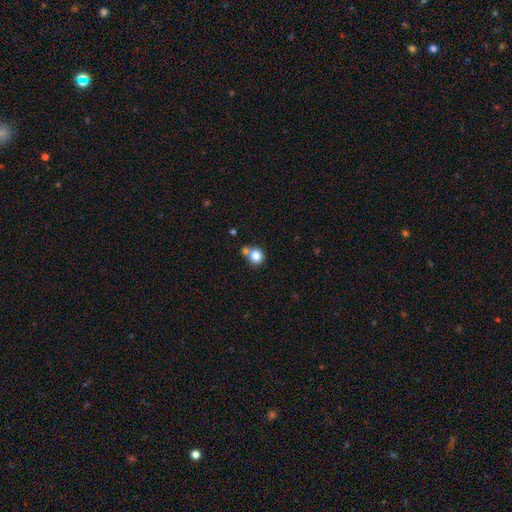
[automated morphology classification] Overall: smooth (83%). How rounded: round (90%). Merging: none (59%; merger 29%).